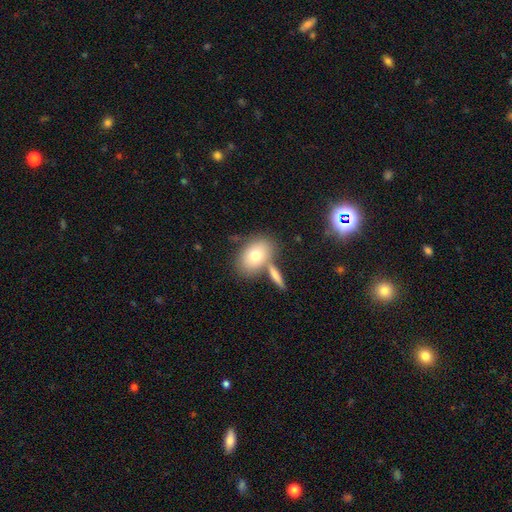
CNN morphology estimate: A smooth galaxy with no disk features (73%) that is in between round and cigar-shaped (79%). Merging: none (60%).